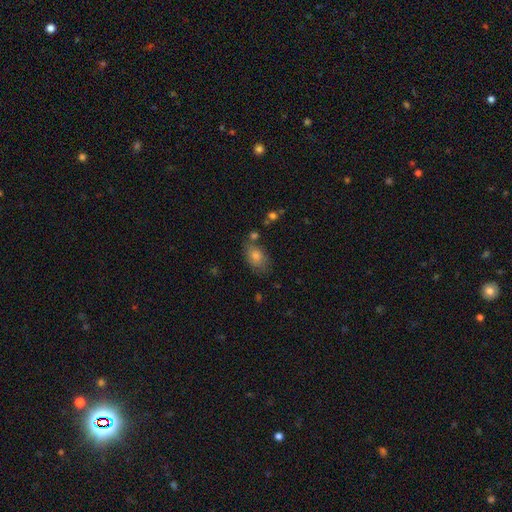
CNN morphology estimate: Q: Smooth or featured?
A: smooth (73%); runner-up: featured or disk (13%)
Q: How rounded?
A: in between (82%); runner-up: round (16%)
Q: Merging?
A: none (68%); runner-up: minor disturbance (18%)